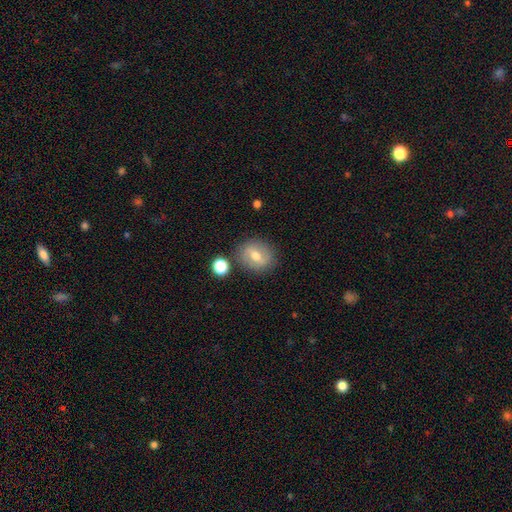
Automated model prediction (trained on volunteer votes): Morphology: type=smooth (56%); roundness=round (67%); merging=none (82%).